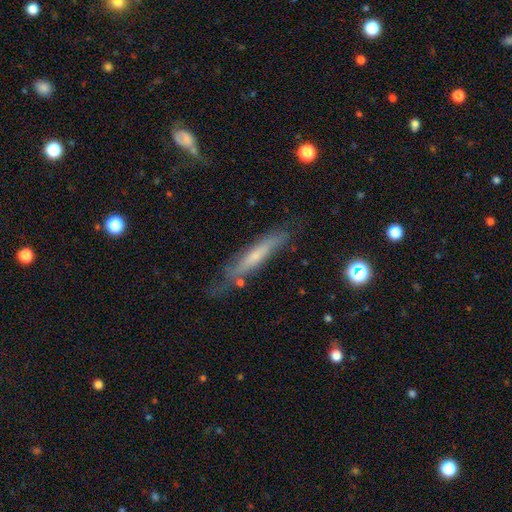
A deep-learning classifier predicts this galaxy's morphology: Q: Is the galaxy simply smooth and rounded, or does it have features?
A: featured or disk — 50%.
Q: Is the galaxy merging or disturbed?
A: none — 65%.